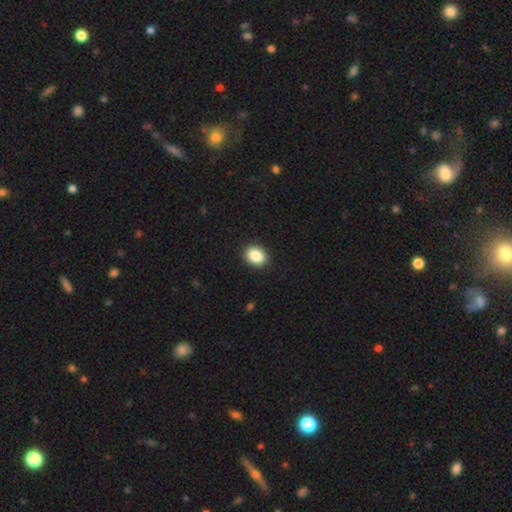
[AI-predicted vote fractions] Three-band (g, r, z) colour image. It shows a smooth galaxy with no disk features (87%) that is in between round and cigar-shaped (51%). Merging: none (91%).